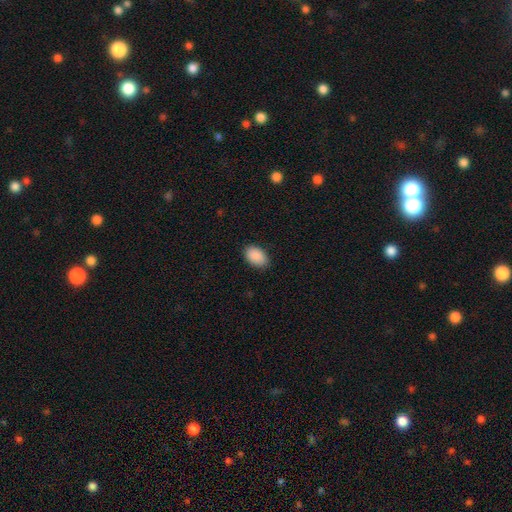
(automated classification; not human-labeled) smooth_or_featured: smooth (p=0.90) [alt: star or artifact p=0.07]
how_rounded: in between (p=0.90) [alt: round p=0.09]
merging: none (p=0.86) [alt: minor disturbance p=0.11]